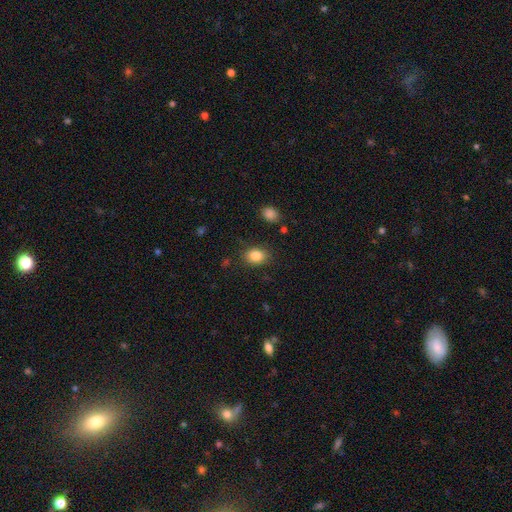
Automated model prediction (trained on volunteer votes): Smooth or featured?
  - smooth: 83% *
  - star or artifact: 9%
  - featured or disk: 7%
How rounded?
  - in between: 65% *
  - round: 34%
  - cigar-shaped: 1%
Merging?
  - none: 84% *
  - minor disturbance: 11%
  - major disturbance: 3%
  - merger: 2%